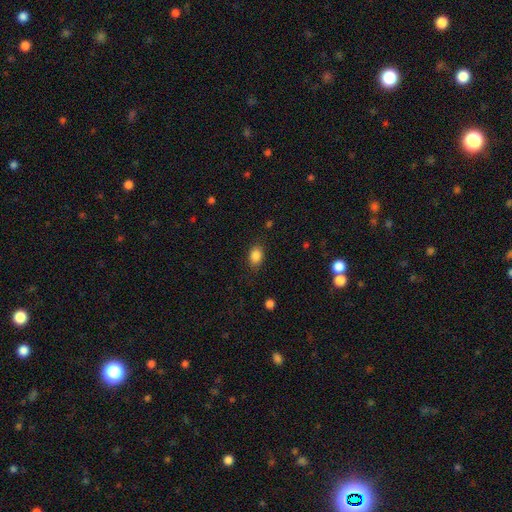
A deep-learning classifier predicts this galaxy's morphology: smooth-or-featured: smooth: 86% | star or artifact: 9% | featured or disk: 5%
  how-rounded: in between: 72% | round: 26% | cigar-shaped: 1%
  merging: none: 81% | minor disturbance: 14% | major disturbance: 4% | merger: 1%